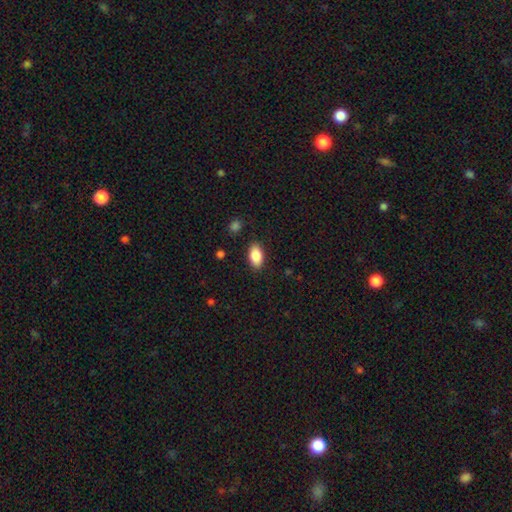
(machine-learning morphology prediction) Smooth or featured: smooth — 87% (star or artifact — 7%)
How rounded: in between — 92% (round — 4%)
Merging: none — 86% (minor disturbance — 10%)